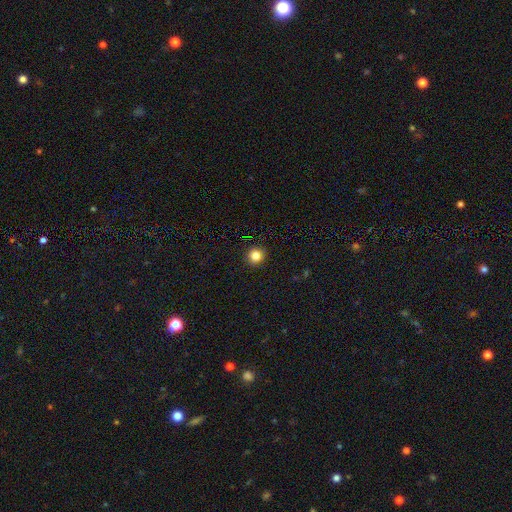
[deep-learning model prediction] Overall: smooth (83%). How rounded: round (92%). Merging: none (92%).